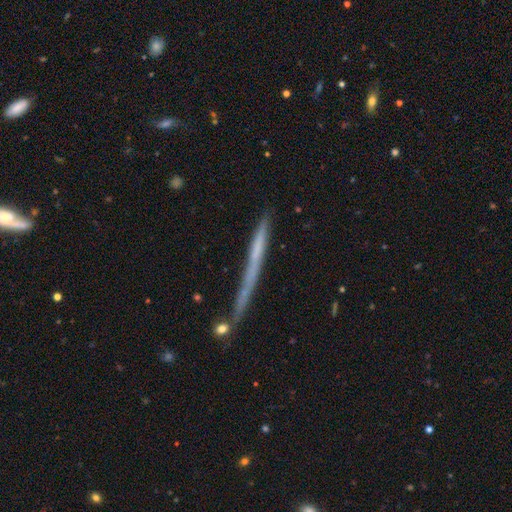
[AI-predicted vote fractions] Smooth or featured? featured or disk (50%)
Edge-on disk? yes (95%)
Merging? none (73%)